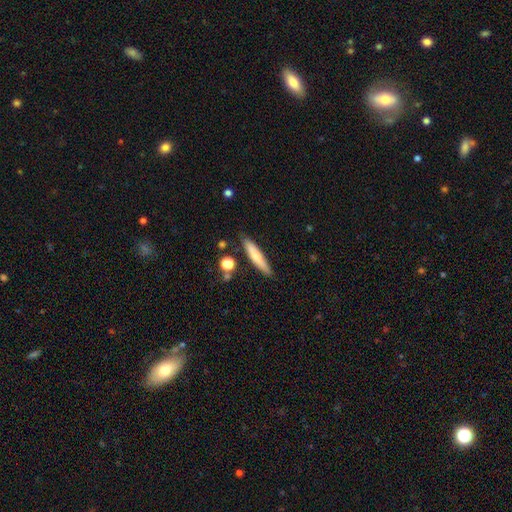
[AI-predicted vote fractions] Q: Smooth or featured?
A: smooth (63%); runner-up: featured or disk (30%)
Q: How rounded?
A: cigar-shaped (86%); runner-up: in between (12%)
Q: Merging?
A: none (84%); runner-up: minor disturbance (11%)